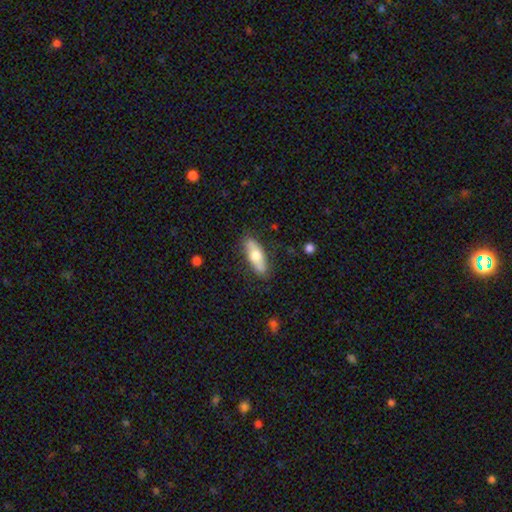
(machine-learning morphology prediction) Smooth or featured: smooth — 64% (featured or disk — 30%)
How rounded: in between — 71% (cigar-shaped — 26%)
Merging: none — 83% (minor disturbance — 13%)